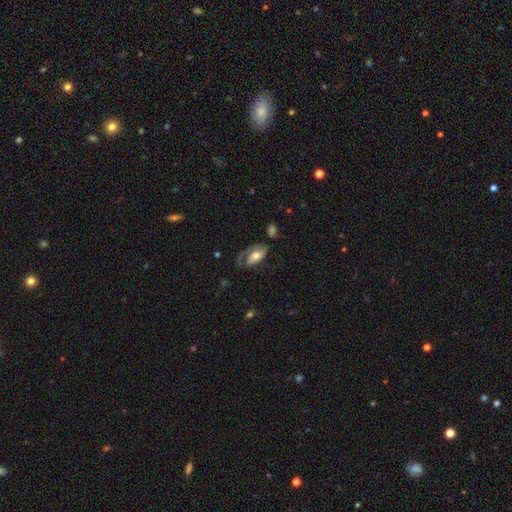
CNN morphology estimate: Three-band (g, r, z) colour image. It shows a featured or disk galaxy (54%). Merging: none (39%).